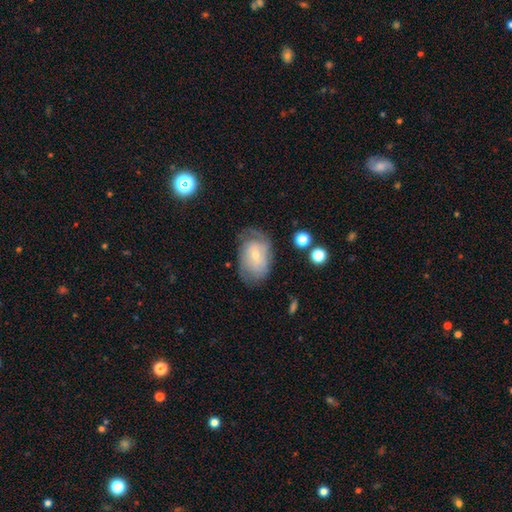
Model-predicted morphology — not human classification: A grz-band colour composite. It shows a featured or disk galaxy (58%) with no bar (70%), spiral arms (77%) and a small central bulge (63%). Merging: none (57%).